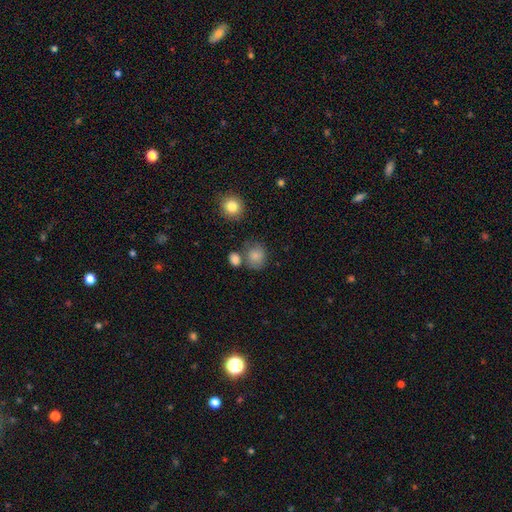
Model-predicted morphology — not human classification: smooth 82%, star or artifact 10%, featured or disk 8%. Down the decision tree: how rounded — round (69%); merging — none (58%).